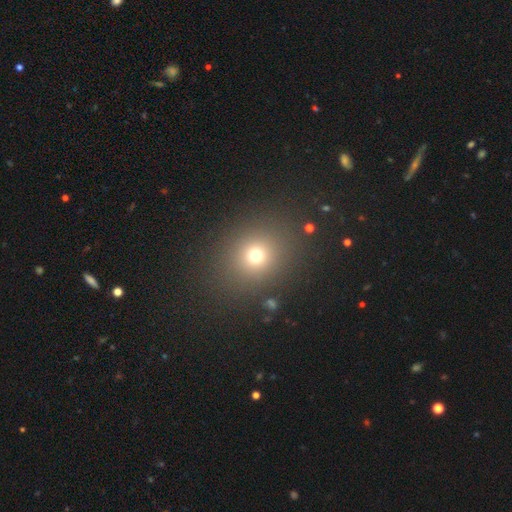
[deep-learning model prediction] A smooth galaxy with no disk features (71%) that is round (77%). Merging: none (85%).